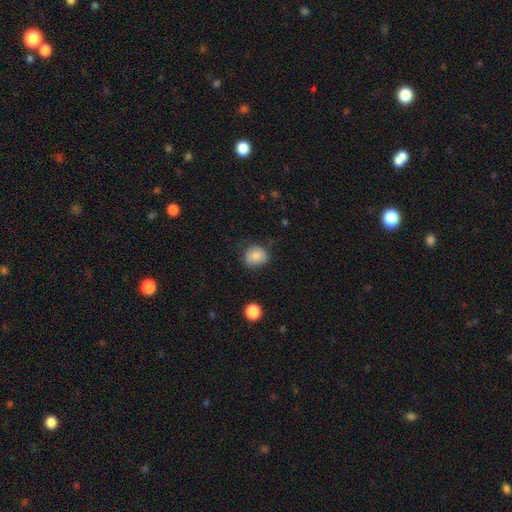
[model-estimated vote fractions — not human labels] smooth_or_featured: smooth (p=0.78) [alt: featured or disk p=0.13]
how_rounded: round (p=0.70) [alt: in between p=0.29]
merging: none (p=0.62) [alt: minor disturbance p=0.29]